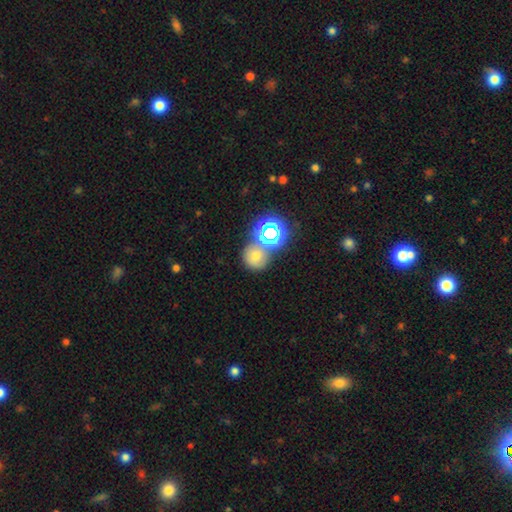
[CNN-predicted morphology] This appears to be a smooth galaxy with no disk features (60%) that is round (85%). Merging: none (59%).